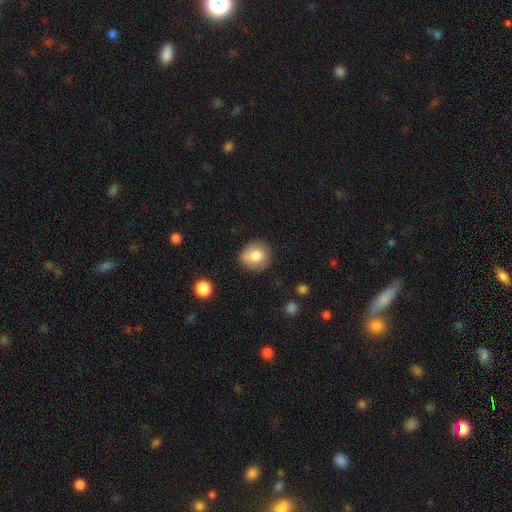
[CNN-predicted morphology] Q: Smooth or featured?
A: smooth (78%); runner-up: featured or disk (14%)
Q: How rounded?
A: round (79%); runner-up: in between (20%)
Q: Merging?
A: none (76%); runner-up: minor disturbance (18%)